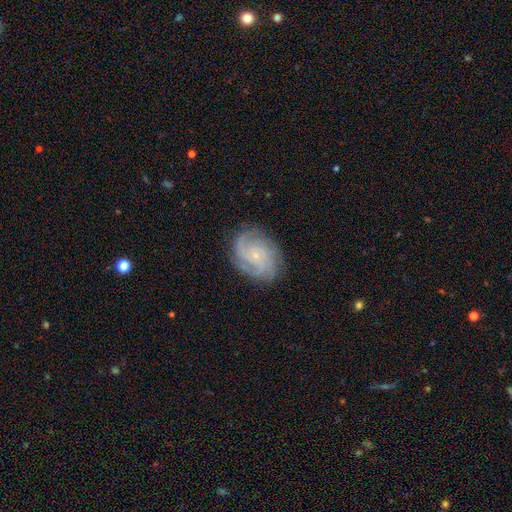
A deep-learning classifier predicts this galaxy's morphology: Smooth or featured?
  - featured or disk: 81% *
  - smooth: 11%
  - star or artifact: 7%
Edge-on disk?
  - no: 98% *
  - yes: 2%
Bar?
  - no: 76% *
  - weak: 21%
  - strong: 3%
Spiral arms?
  - yes: 97% *
  - no: 3%
Spiral winding?
  - tight: 59% *
  - medium: 33%
  - loose: 8%
Spiral arm count?
  - 3: 26% *
  - 4: 25%
  - can't tell: 21%
  - 2: 13%
  - more than 4: 8%
  - 1: 7%
Bulge size?
  - small: 83% *
  - moderate: 11%
  - none: 3%
  - large: 1%
  - dominant: 1%
Merging?
  - none: 81% *
  - minor disturbance: 14%
  - major disturbance: 4%
  - merger: 1%